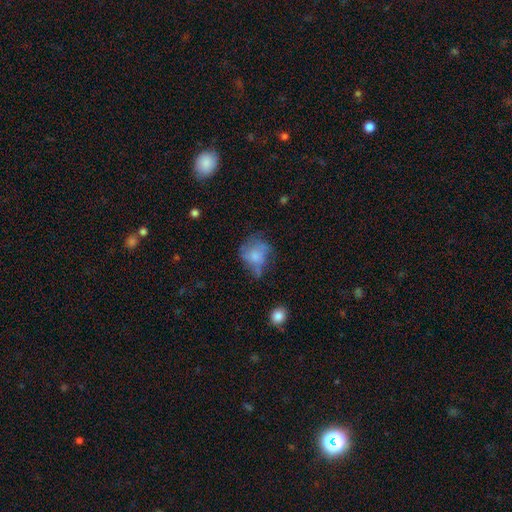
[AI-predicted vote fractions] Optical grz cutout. It shows a smooth galaxy with no disk features (63%) that is round (61%). Merging: none (39%).